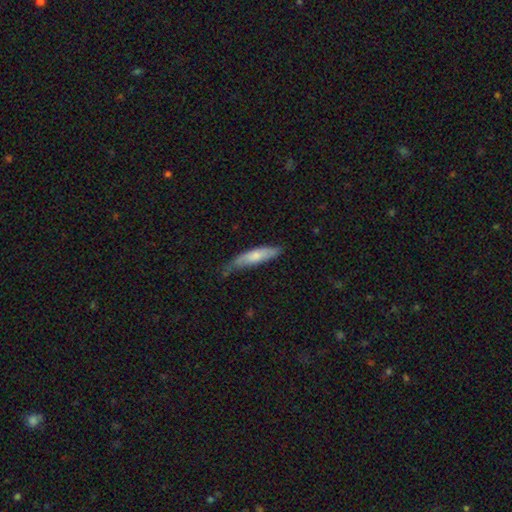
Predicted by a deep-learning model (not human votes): The model was most divided on "merging": none: 57%, minor disturbance: 33%, major disturbance: 7%, merger: 2%. More confident: how rounded — cigar-shaped (74%); smooth or featured — smooth (68%).